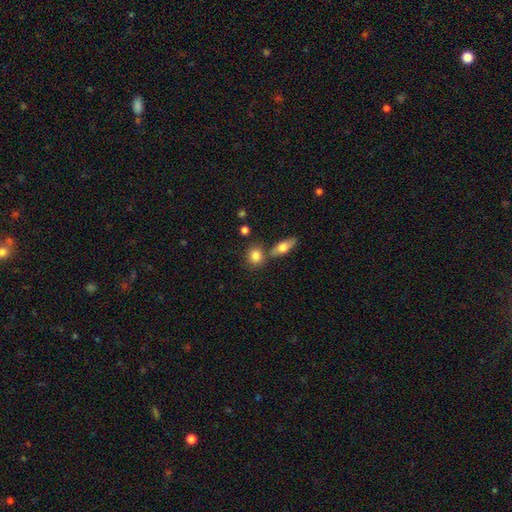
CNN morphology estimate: A smooth galaxy with no disk features (83%) that is round (68%). Merging: none (65%).